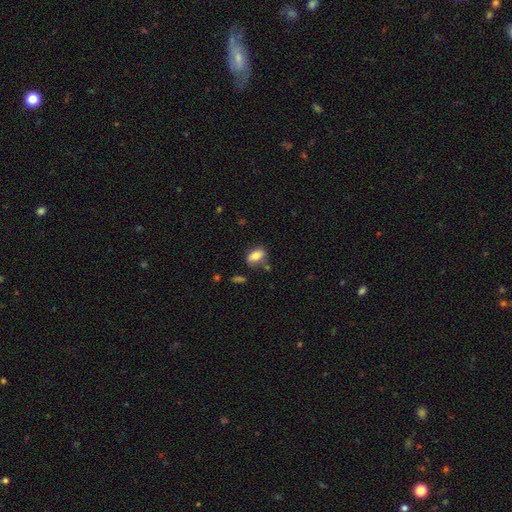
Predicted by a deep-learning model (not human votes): smooth_or_featured: smooth (p=0.79) [alt: featured or disk p=0.13]
how_rounded: in between (p=0.87) [alt: round p=0.10]
merging: none (p=0.70) [alt: minor disturbance p=0.19]